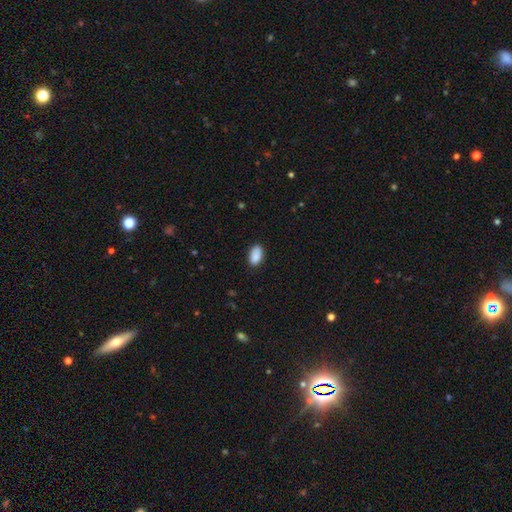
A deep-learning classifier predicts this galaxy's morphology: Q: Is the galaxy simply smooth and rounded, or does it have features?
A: smooth — 90%.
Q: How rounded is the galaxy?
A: in between — 94%.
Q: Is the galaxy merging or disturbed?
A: none — 84%.